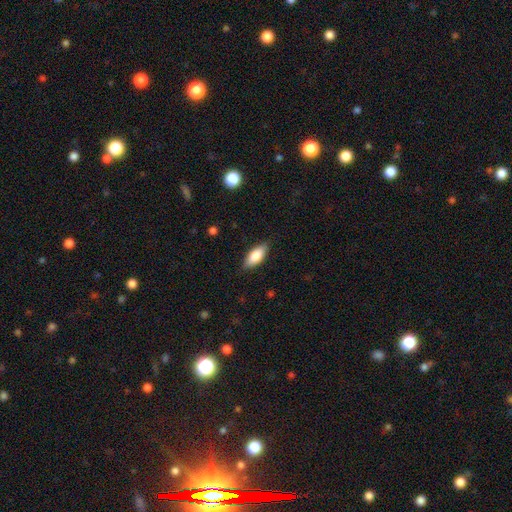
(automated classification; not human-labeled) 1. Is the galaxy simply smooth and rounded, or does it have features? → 80% smooth, 14% featured or disk, 6% star or artifact.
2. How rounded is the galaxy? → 81% in between, 17% cigar-shaped, 2% round.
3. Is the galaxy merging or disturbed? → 85% none, 12% minor disturbance, 3% major disturbance, 1% merger.